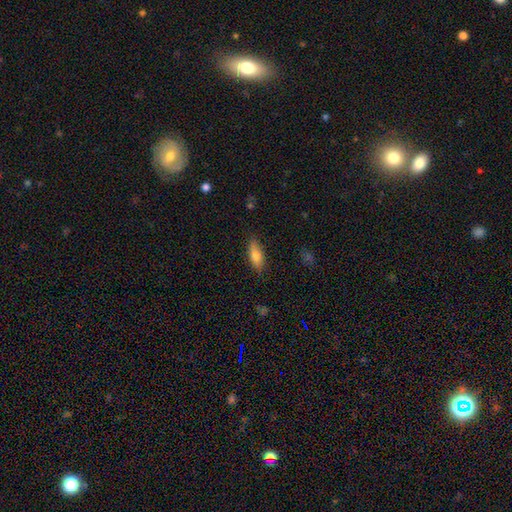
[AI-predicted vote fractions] The model was most divided on "how rounded": in between: 73%, cigar-shaped: 24%, round: 3%. More confident: merging — none (79%); smooth or featured — smooth (76%).